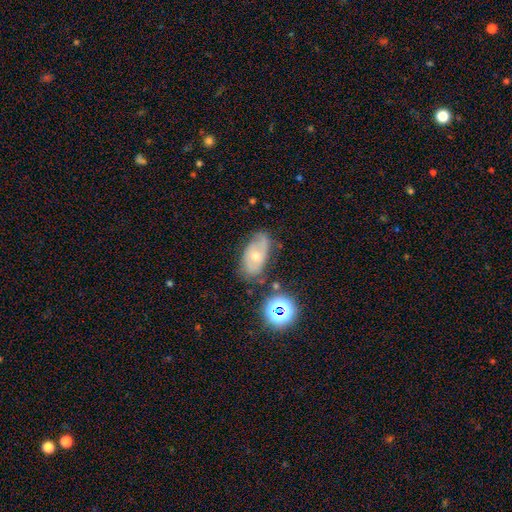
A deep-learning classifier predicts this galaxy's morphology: Smooth or featured: featured or disk — 52% (smooth — 33%)
Edge-on disk: no — 91% (yes — 9%)
Merging: none — 60% (minor disturbance — 27%)